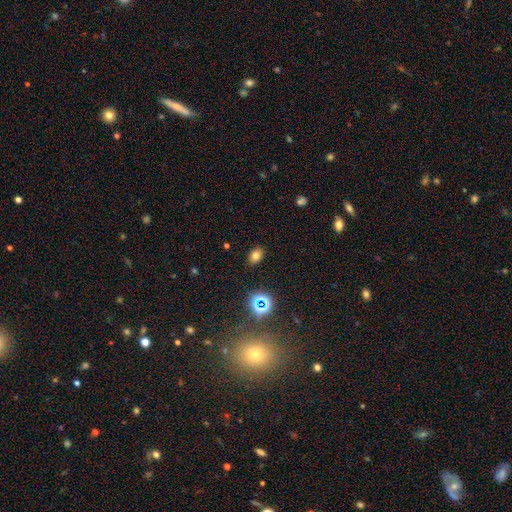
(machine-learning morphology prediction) Overall: smooth (73%). How rounded: in between (75%). Merging: none (87%).